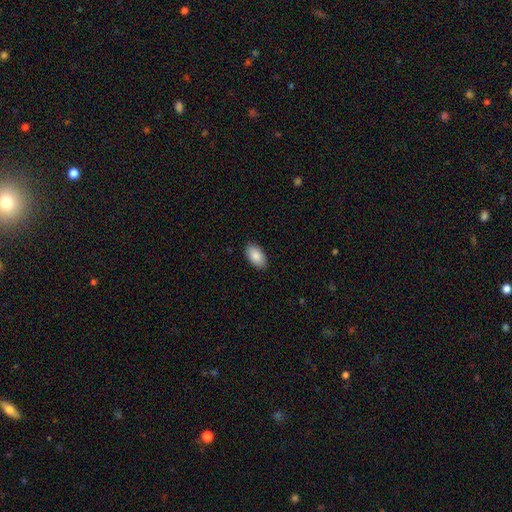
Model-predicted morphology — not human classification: smooth-or-featured: smooth: 87% | featured or disk: 6% | star or artifact: 6%
  how-rounded: in between: 95% | round: 3% | cigar-shaped: 2%
  merging: none: 89% | minor disturbance: 8% | major disturbance: 2% | merger: 1%